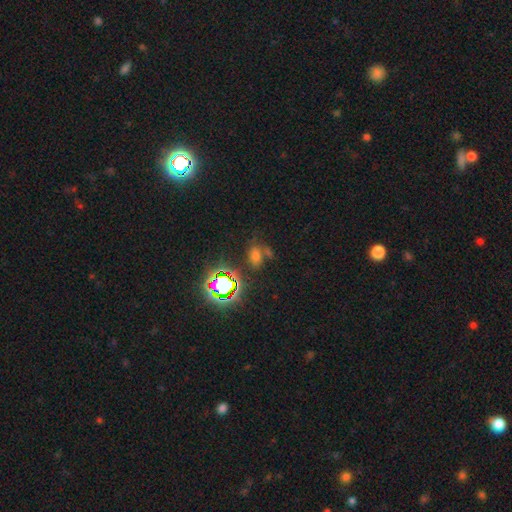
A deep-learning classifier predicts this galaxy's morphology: Q: Smooth or featured?
A: smooth (44%); runner-up: star or artifact (42%)
Q: Merging?
A: none (54%); runner-up: minor disturbance (18%)